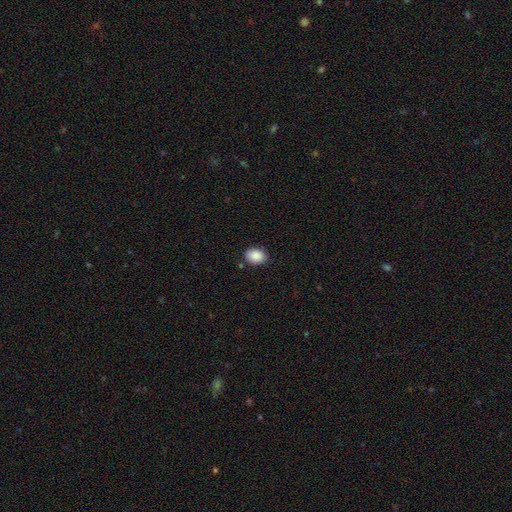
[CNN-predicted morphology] This is clearly a smooth galaxy (89%). How rounded: likely in between (66%). Merging: clearly none (84%).